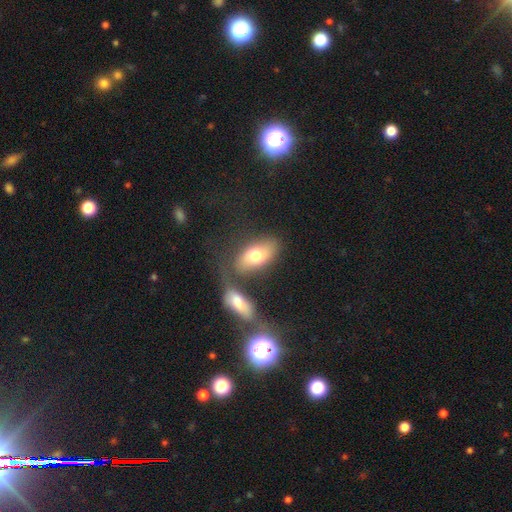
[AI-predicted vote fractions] The model was most divided on "merging": none: 56%, merger: 24%, minor disturbance: 13%, major disturbance: 6%. More confident: how rounded — in between (88%); smooth or featured — smooth (68%).